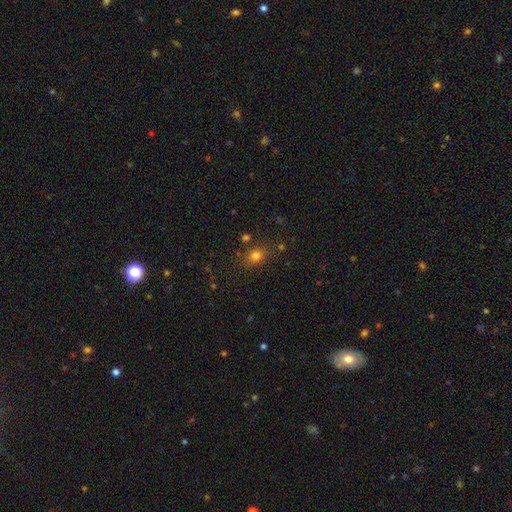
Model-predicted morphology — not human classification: type=smooth (75%); roundness=in between (49%); merging=none (77%).